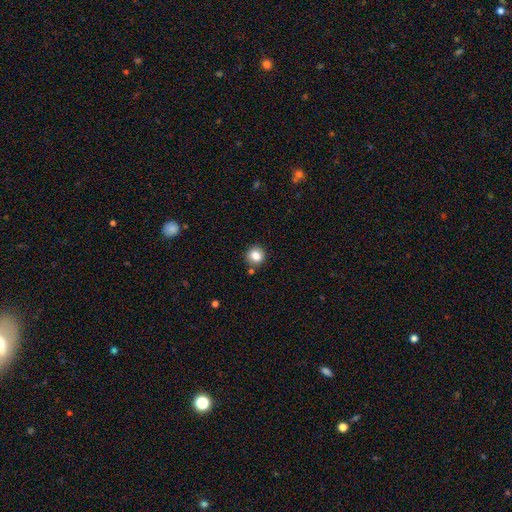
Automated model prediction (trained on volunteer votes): Morphology: type=smooth (85%); roundness=round (87%); merging=none (83%).